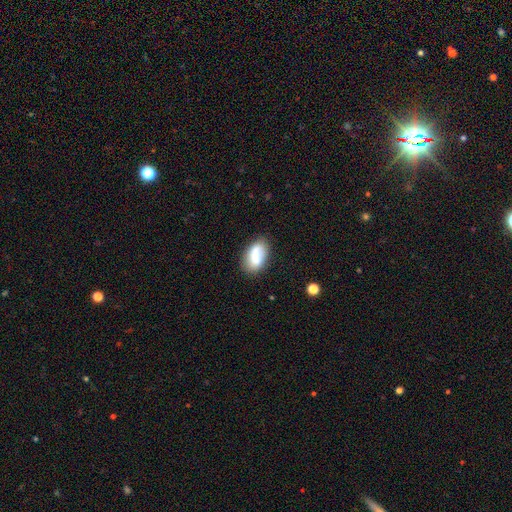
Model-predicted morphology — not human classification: smooth_or_featured: smooth (p=0.74) [alt: featured or disk p=0.18]
how_rounded: in between (p=0.90) [alt: round p=0.06]
merging: none (p=0.67) [alt: minor disturbance p=0.20]